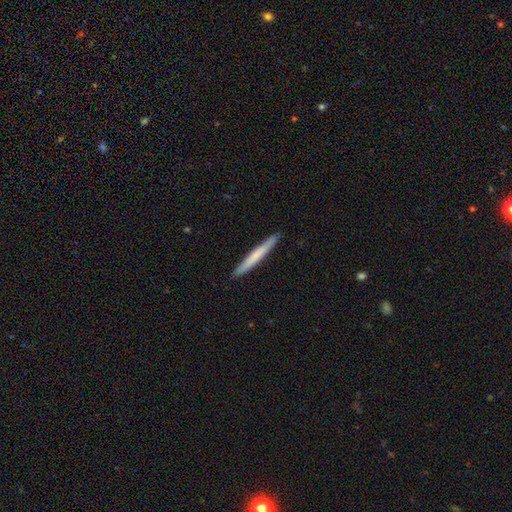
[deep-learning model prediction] Morphology: type=smooth (63%); roundness=cigar-shaped (97%); merging=none (92%).